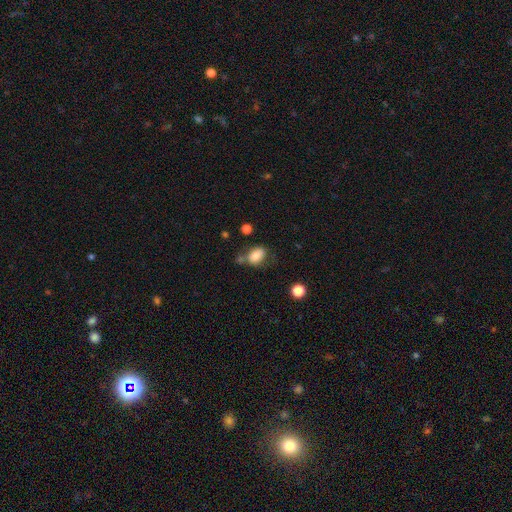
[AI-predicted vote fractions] A smooth galaxy with no disk features (79%) that is in between round and cigar-shaped (79%). Merging: none (51%).